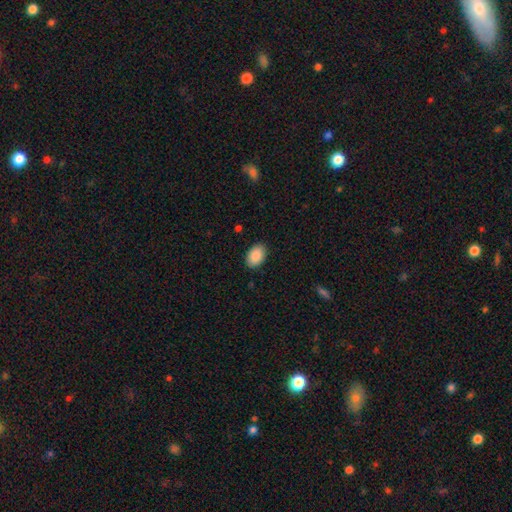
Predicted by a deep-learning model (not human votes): smooth-or-featured: smooth: 90% | star or artifact: 6% | featured or disk: 4%
  how-rounded: in between: 89% | round: 10% | cigar-shaped: 1%
  merging: none: 89% | minor disturbance: 8% | major disturbance: 2% | merger: 1%